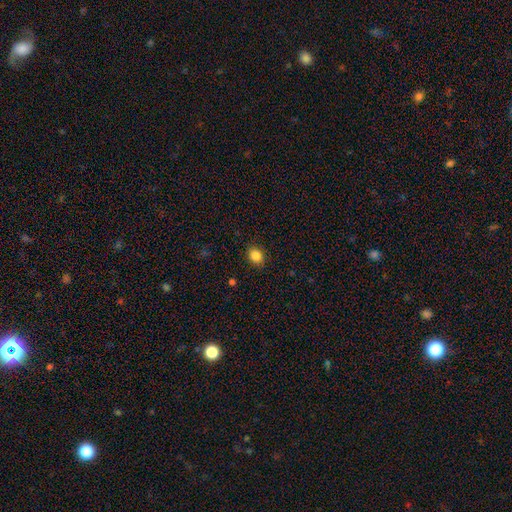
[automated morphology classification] type=smooth (85%); roundness=round (60%); merging=none (89%).